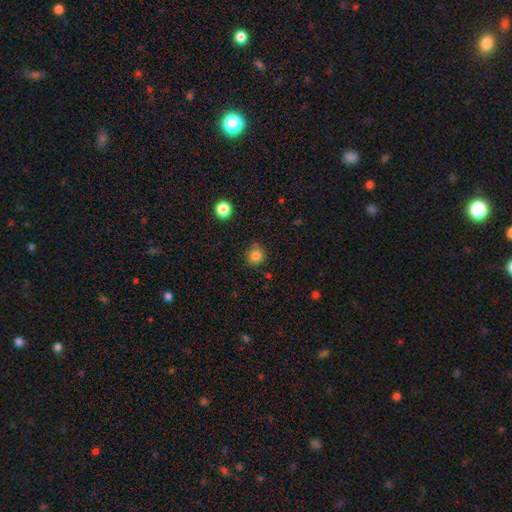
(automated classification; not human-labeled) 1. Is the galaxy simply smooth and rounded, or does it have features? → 83% smooth, 12% star or artifact, 5% featured or disk.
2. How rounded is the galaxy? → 85% round, 14% in between, 1% cigar-shaped.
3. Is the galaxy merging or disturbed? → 80% none, 15% minor disturbance, 3% major disturbance, 2% merger.